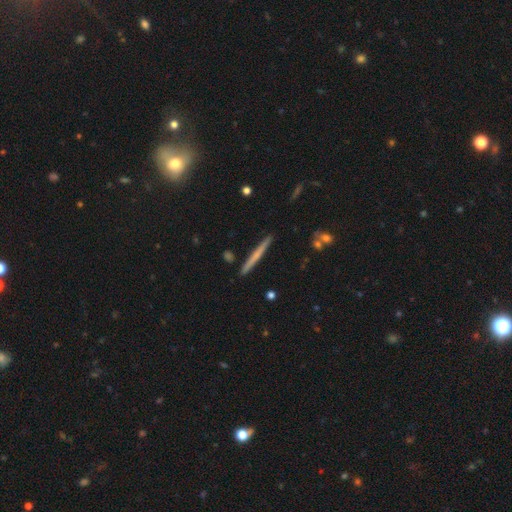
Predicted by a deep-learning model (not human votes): A featured or disk galaxy (47%, tied with smooth). Merging: none (91%).